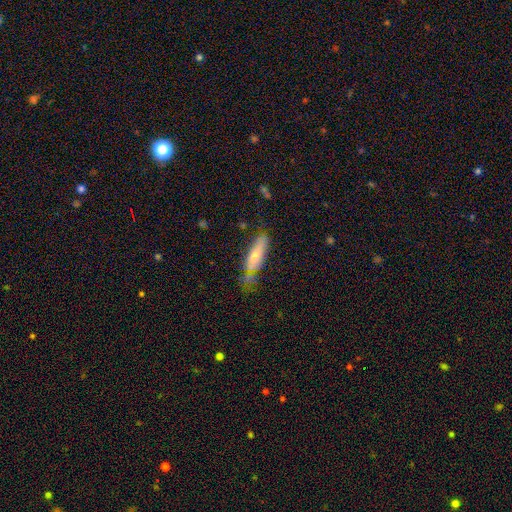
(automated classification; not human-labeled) smooth 61%, featured or disk 32%, star or artifact 7%. Down the decision tree: how rounded — cigar-shaped (66%); merging — none (62%).